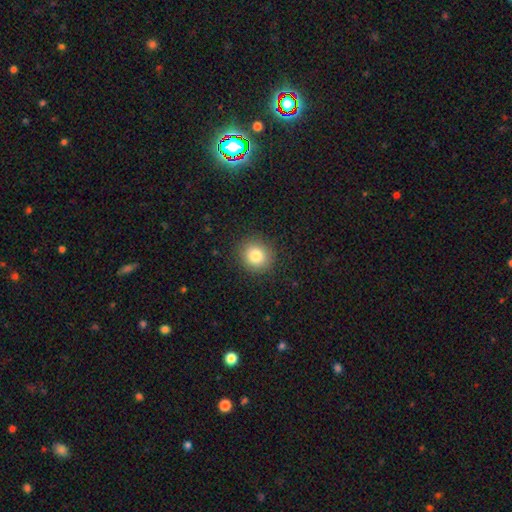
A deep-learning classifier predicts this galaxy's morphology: Smooth or featured? smooth (82%)
How rounded? round (88%)
Merging? none (90%)